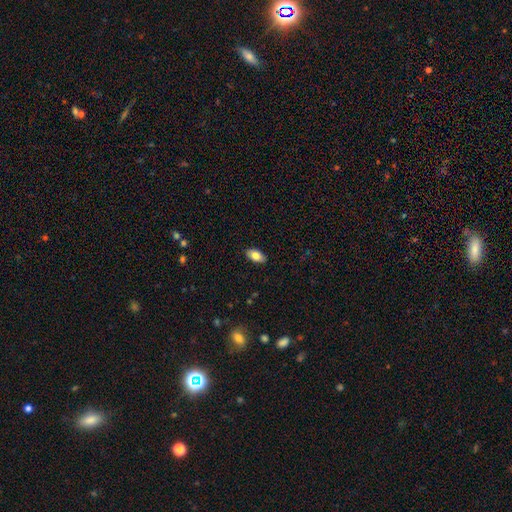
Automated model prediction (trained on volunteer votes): Smooth or featured? smooth (80%)
How rounded? in between (93%)
Merging? none (89%)